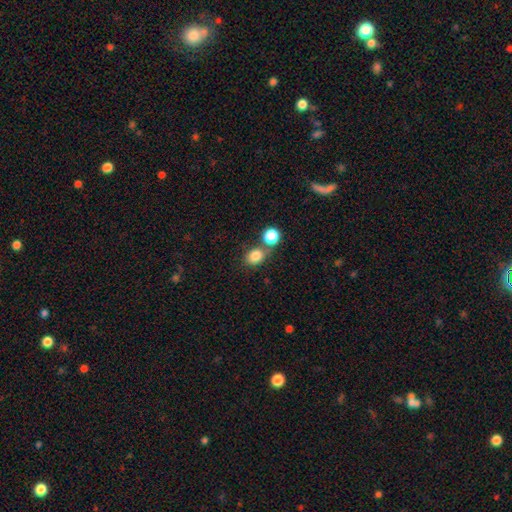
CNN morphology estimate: This appears to be a smooth galaxy with no disk features (83%) that is round (53%). Merging: none (55%).